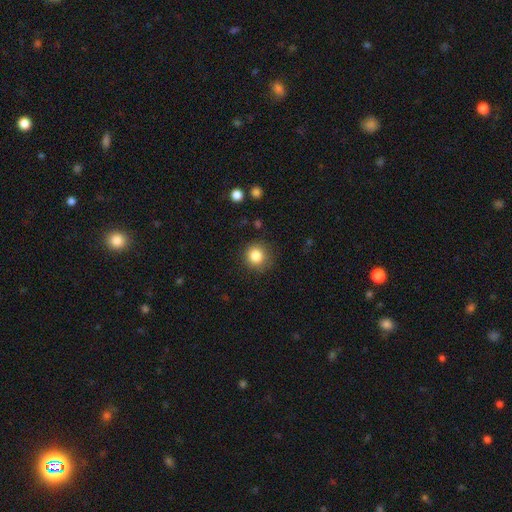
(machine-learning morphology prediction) Overall: smooth (84%). How rounded: round (91%). Merging: none (85%).